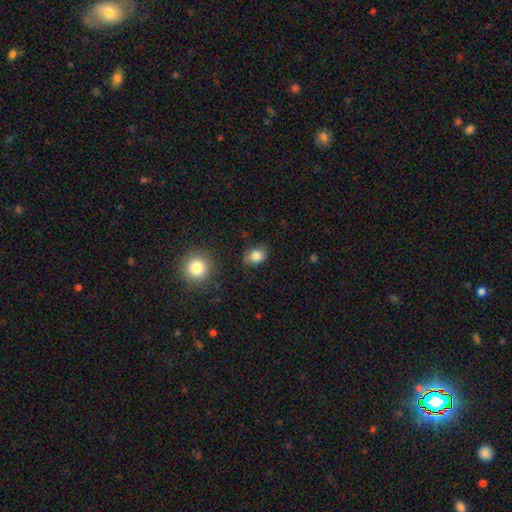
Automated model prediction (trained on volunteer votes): This is clearly a smooth galaxy (82%). How rounded: likely in between (61%). Merging: likely none (72%).